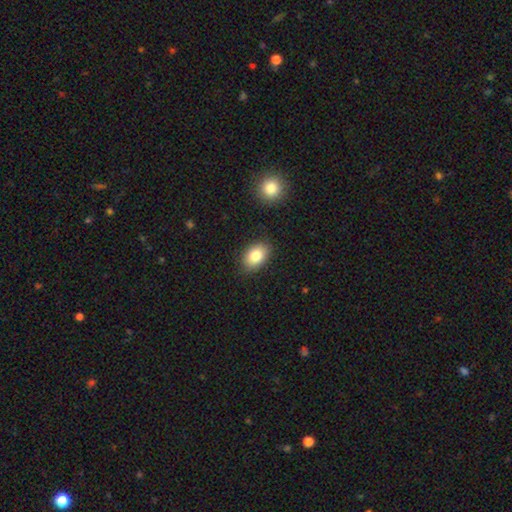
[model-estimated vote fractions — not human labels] A smooth galaxy with no disk features (82%) that is in between round and cigar-shaped (84%). Merging: none (85%).